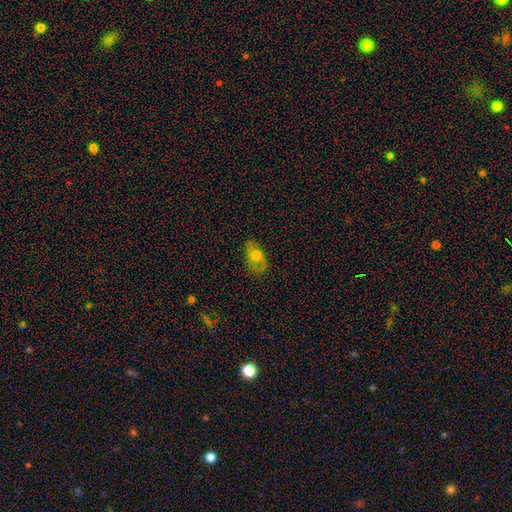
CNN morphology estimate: type=smooth (52%); roundness=in between (86%); merging=none (65%).